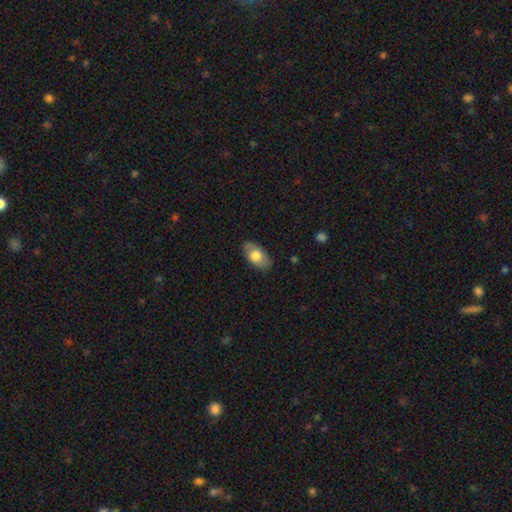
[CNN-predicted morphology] smooth_or_featured: smooth (p=0.71) [alt: featured or disk p=0.23]
how_rounded: in between (p=0.93) [alt: round p=0.05]
merging: none (p=0.81) [alt: minor disturbance p=0.15]